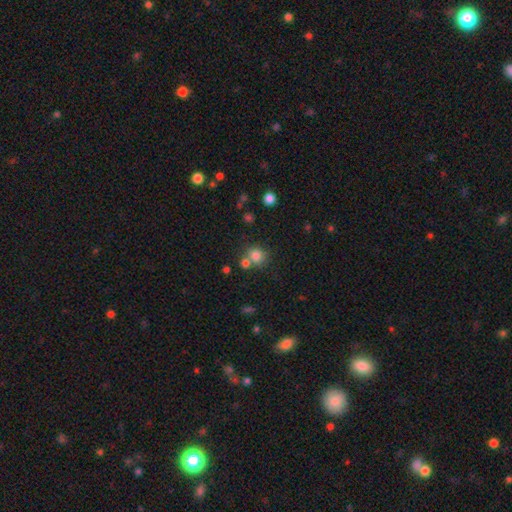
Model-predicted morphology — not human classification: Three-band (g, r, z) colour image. It shows a smooth galaxy with no disk features (79%) that is round (86%). Merging: none (61%).